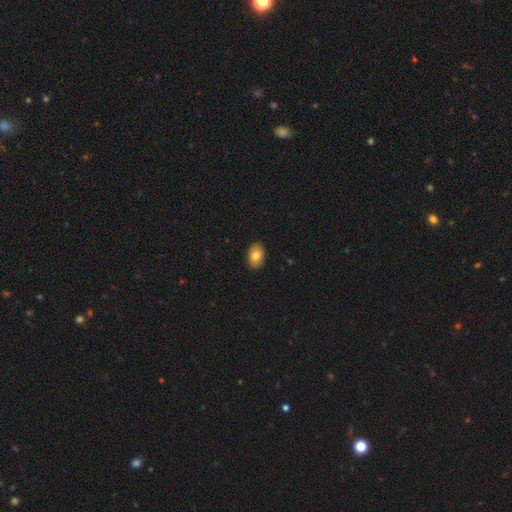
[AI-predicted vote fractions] Q: Smooth or featured?
A: smooth (80%); runner-up: featured or disk (12%)
Q: How rounded?
A: in between (86%); runner-up: round (13%)
Q: Merging?
A: none (90%); runner-up: minor disturbance (7%)